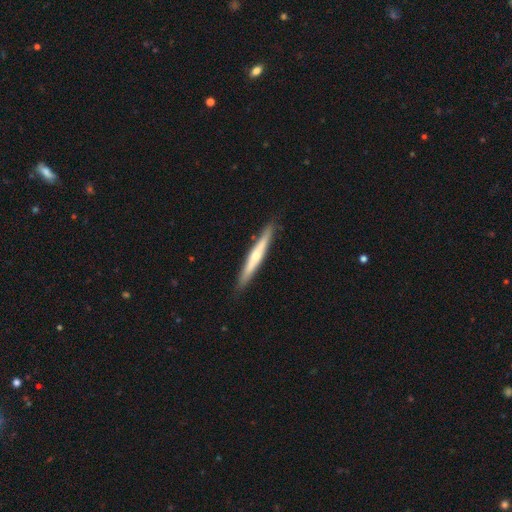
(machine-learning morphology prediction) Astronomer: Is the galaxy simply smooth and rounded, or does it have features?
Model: featured or disk — 59% (runner-up: smooth, 35%).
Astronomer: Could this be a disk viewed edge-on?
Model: yes — 95%.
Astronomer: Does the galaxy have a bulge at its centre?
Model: rounded — 66%.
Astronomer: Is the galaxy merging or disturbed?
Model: none — 89%.